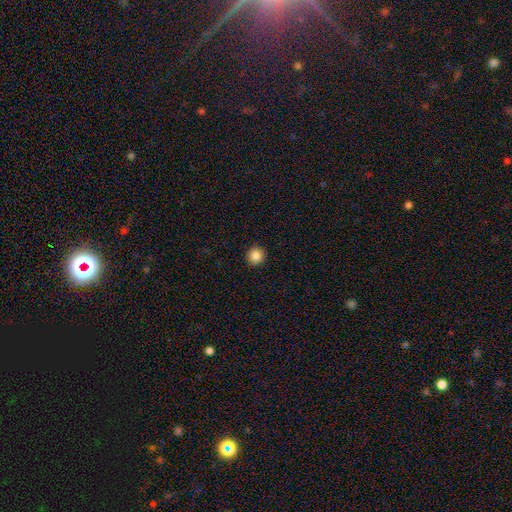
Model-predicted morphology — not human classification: Smooth or featured?
  - smooth: 86% *
  - star or artifact: 10%
  - featured or disk: 4%
How rounded?
  - round: 94% *
  - in between: 5%
  - cigar-shaped: 1%
Merging?
  - none: 93% *
  - minor disturbance: 4%
  - major disturbance: 1%
  - merger: 1%